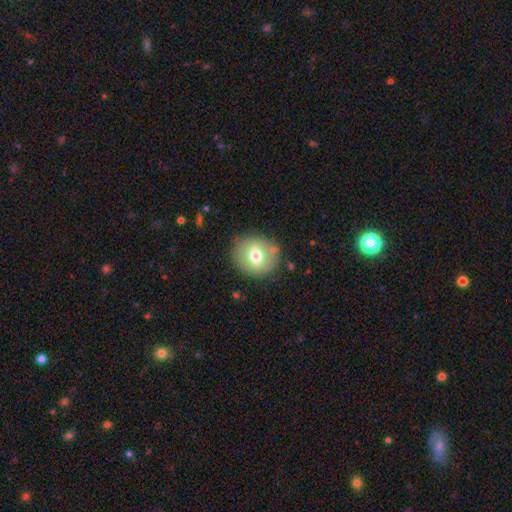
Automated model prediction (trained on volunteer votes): Smooth or featured? smooth (61%)
How rounded? round (78%)
Merging? none (82%)